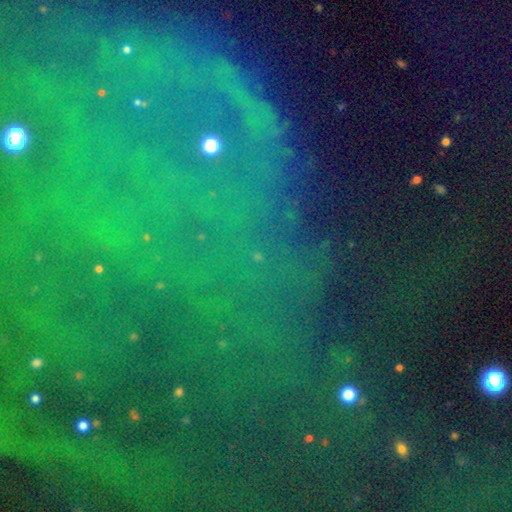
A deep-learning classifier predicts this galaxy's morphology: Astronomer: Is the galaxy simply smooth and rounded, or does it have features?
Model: star or artifact — 78%.